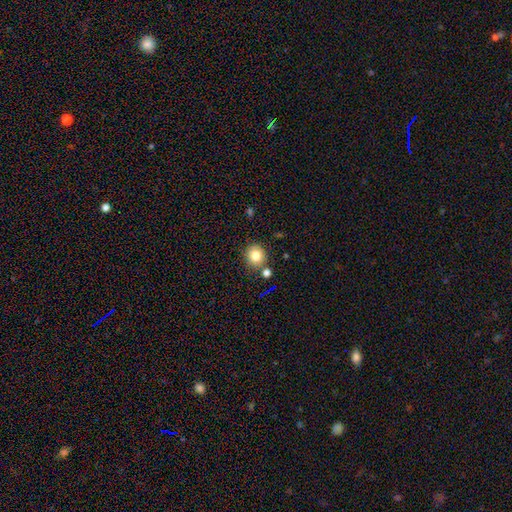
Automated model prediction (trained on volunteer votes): Smooth or featured? smooth (81%)
How rounded? round (85%)
Merging? none (80%)